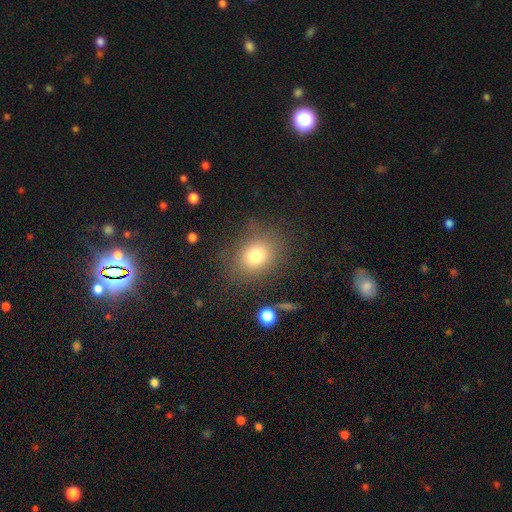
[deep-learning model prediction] Morphology: type=smooth (76%); roundness=round (59%); merging=none (78%).